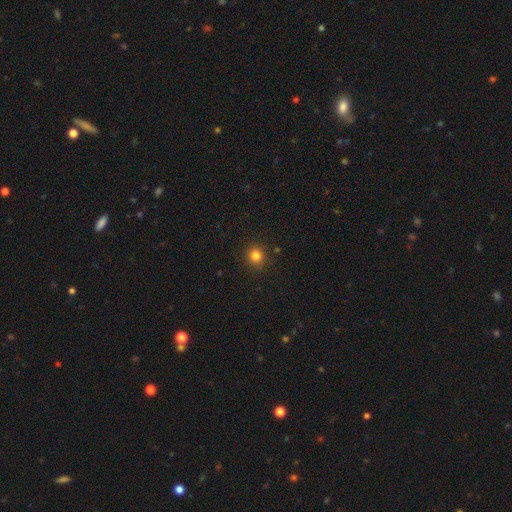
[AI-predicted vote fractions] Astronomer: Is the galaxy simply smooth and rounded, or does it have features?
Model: smooth — 82%.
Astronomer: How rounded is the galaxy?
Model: round — 92%.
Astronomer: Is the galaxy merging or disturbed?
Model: none — 90%.